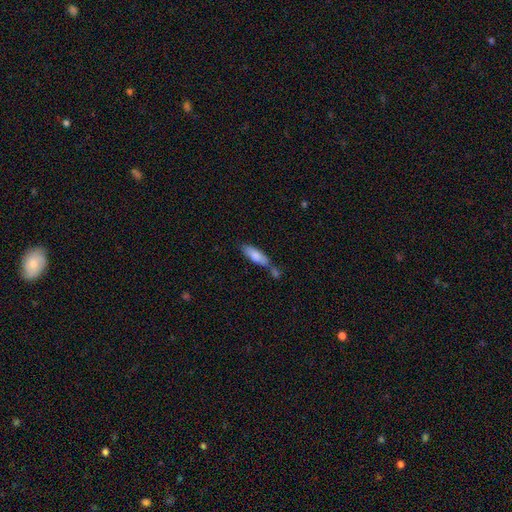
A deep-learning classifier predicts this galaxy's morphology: Overall: smooth (79%). How rounded: in between (55%; cigar-shaped 43%). Merging: none (46%; merger 30%).